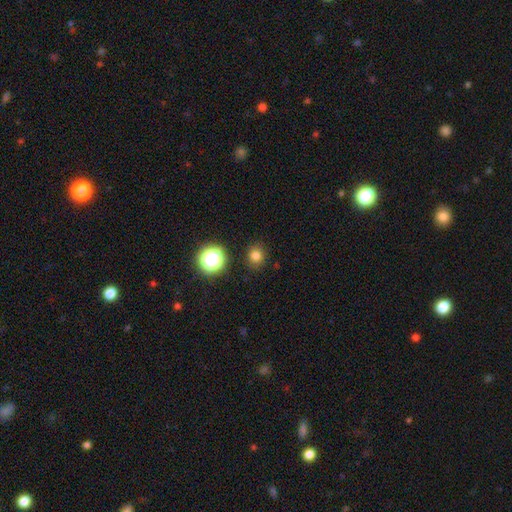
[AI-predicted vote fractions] The model was most divided on "smooth or featured": smooth: 78%, star or artifact: 17%, featured or disk: 5%. More confident: merging — none (88%); how rounded — round (84%).